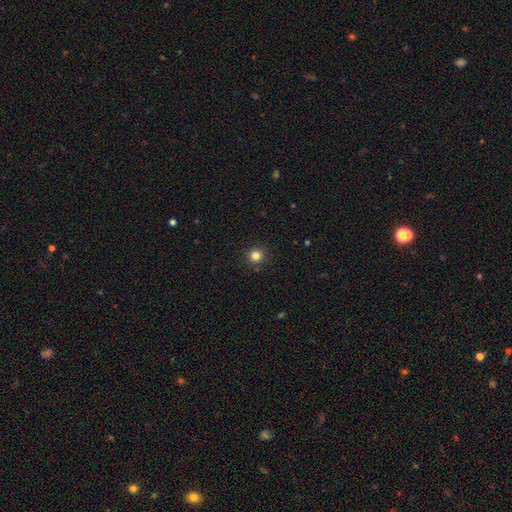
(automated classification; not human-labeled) smooth-or-featured: smooth: 82% | star or artifact: 13% | featured or disk: 5%
  how-rounded: round: 94% | in between: 5% | cigar-shaped: 1%
  merging: none: 92% | minor disturbance: 5% | major disturbance: 2% | merger: 1%